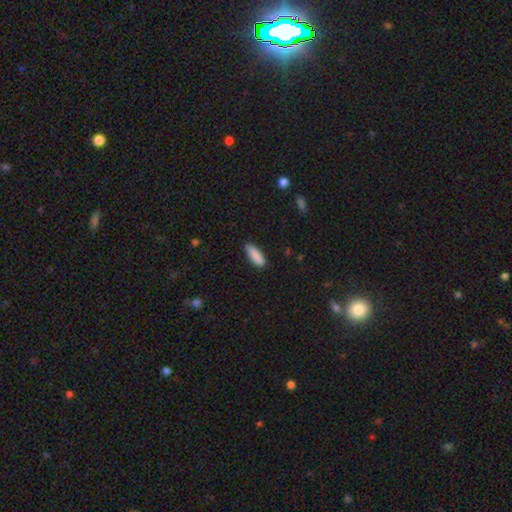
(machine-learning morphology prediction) A smooth galaxy with no disk features (88%) that is in between round and cigar-shaped (51%). Merging: none (84%).